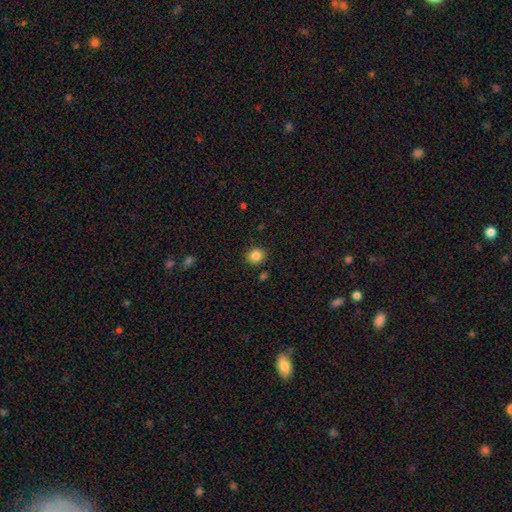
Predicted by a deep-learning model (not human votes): Smooth or featured?
  - smooth: 85% *
  - star or artifact: 11%
  - featured or disk: 4%
How rounded?
  - round: 87% *
  - in between: 12%
  - cigar-shaped: 1%
Merging?
  - none: 89% *
  - minor disturbance: 6%
  - merger: 3%
  - major disturbance: 2%